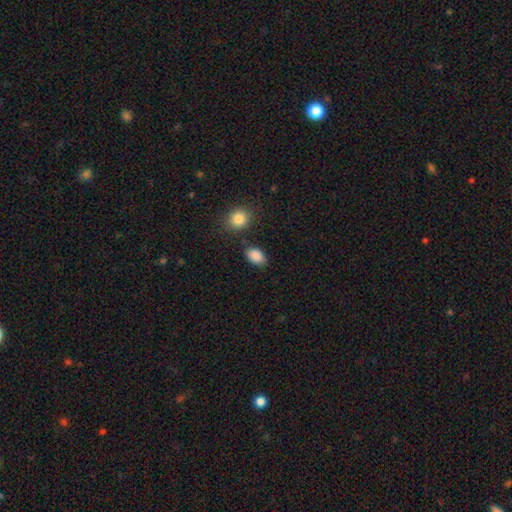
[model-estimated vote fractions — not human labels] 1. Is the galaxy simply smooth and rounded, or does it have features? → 88% smooth, 8% star or artifact, 4% featured or disk.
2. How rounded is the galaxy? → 87% in between, 12% round, 2% cigar-shaped.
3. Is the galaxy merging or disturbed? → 78% none, 14% minor disturbance, 4% merger, 3% major disturbance.